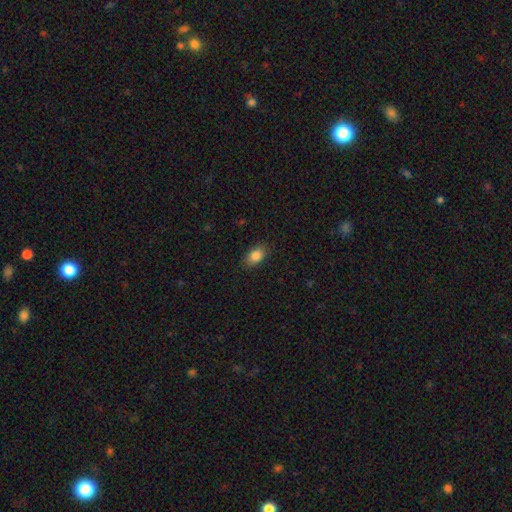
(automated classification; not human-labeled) smooth 86%, star or artifact 9%, featured or disk 6%. Down the decision tree: how rounded — in between (86%); merging — none (87%).